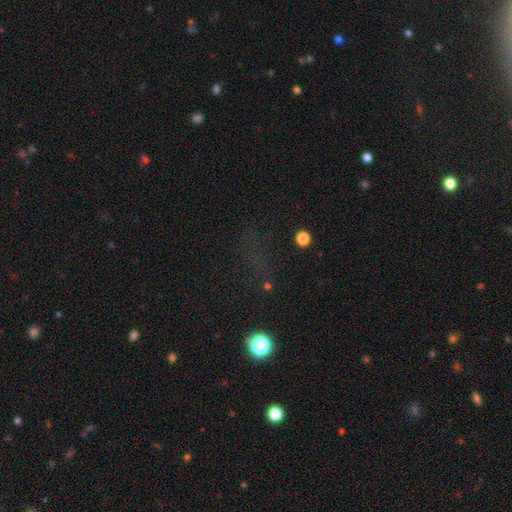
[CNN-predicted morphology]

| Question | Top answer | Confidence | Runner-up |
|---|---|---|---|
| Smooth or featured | star or artifact | 60% | smooth (30%) |